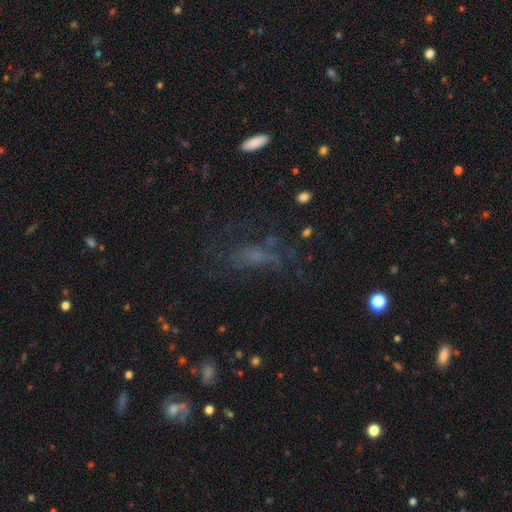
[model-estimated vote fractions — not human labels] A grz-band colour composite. It shows a featured or disk galaxy (36%). Merging: none (50%).